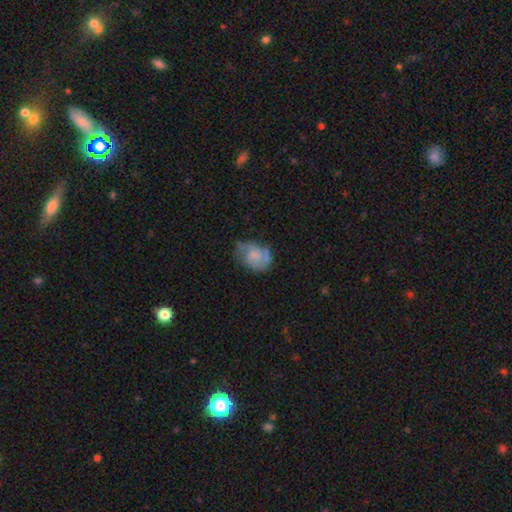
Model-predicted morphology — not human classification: Smooth or featured? featured or disk (56%)
Edge-on disk? no (97%)
Bar? no (70%)
Spiral arms? yes (82%)
Bulge size? small (34%)
Merging? none (49%)